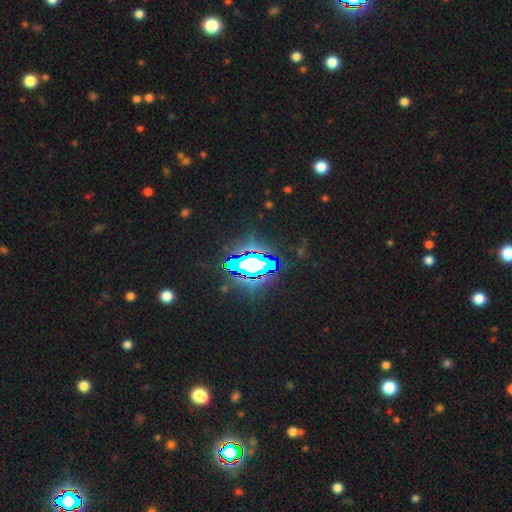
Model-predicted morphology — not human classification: Smooth or featured?
  - star or artifact: 76% *
  - smooth: 13%
  - featured or disk: 11%